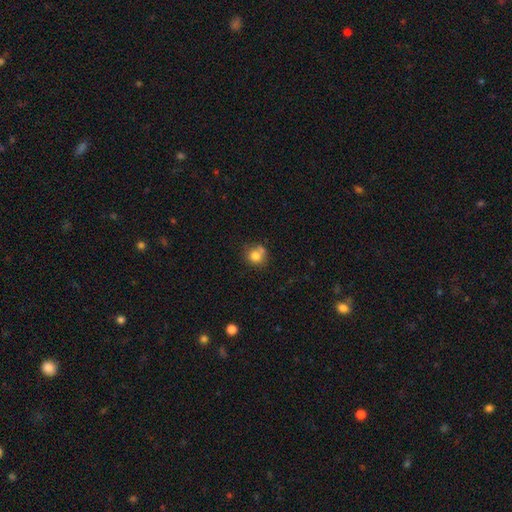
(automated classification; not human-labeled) A smooth galaxy with no disk features (79%) that is round (82%). Merging: none (53%).